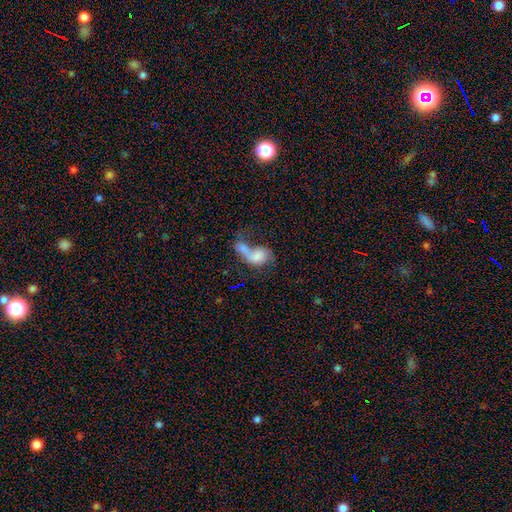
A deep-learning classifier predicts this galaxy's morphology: A smooth galaxy with no disk features (57%) that is in between round and cigar-shaped (78%).

Vote fractions:
- Smooth or featured? smooth: 57% / featured or disk: 34% / star or artifact: 10%
- How rounded? in between: 78% / round: 17% / cigar-shaped: 4%
- Merging? merger: 59% / major disturbance: 21% / none: 13% / minor disturbance: 8%